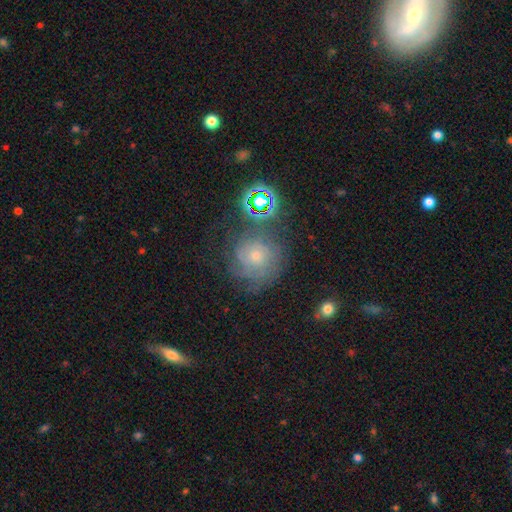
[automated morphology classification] featured or disk 53%, smooth 27%, star or artifact 20%. Down the decision tree: edge-on disk — no (97%); bar — no (81%); spiral arms — yes (84%); bulge size — small (59%); merging — none (61%).